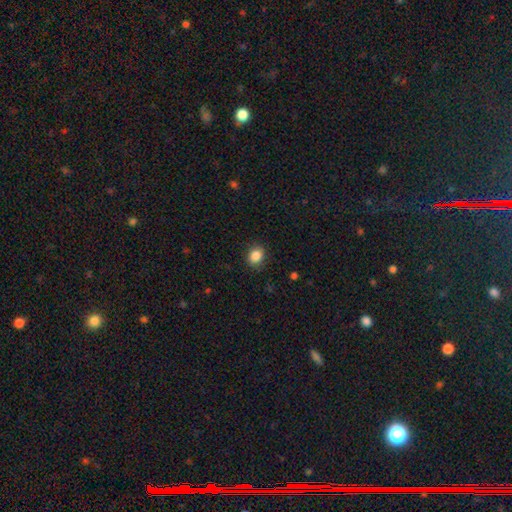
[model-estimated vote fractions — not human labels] Overall: smooth (86%). How rounded: round (55%; in between 44%). Merging: none (88%).